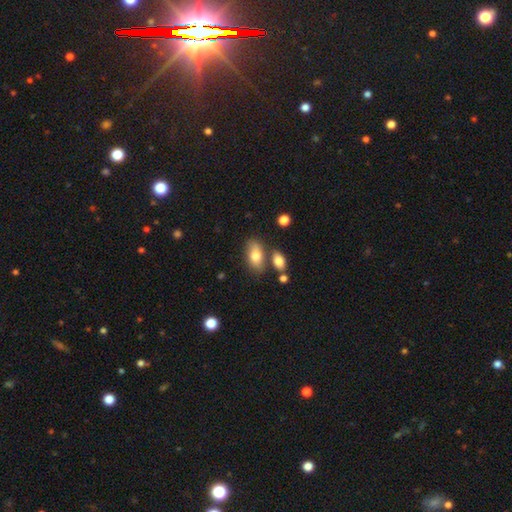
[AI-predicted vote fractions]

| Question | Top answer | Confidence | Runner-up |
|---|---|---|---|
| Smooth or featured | smooth | 76% | featured or disk (16%) |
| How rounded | in between | 89% | round (6%) |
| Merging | none | 68% | minor disturbance (14%) |